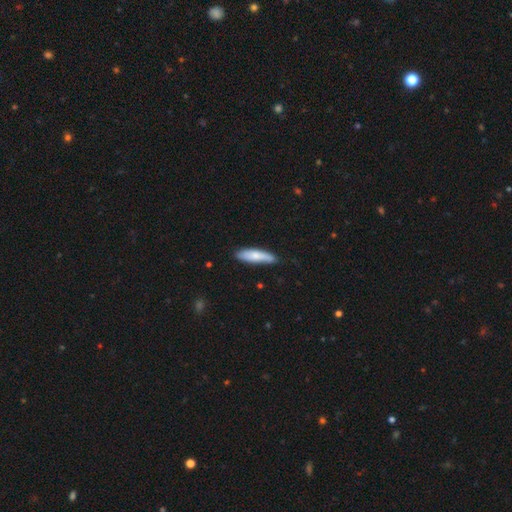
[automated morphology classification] The model was most divided on "how rounded": cigar-shaped: 69%, in between: 30%, round: 2%. More confident: merging — none (78%); smooth or featured — smooth (75%).